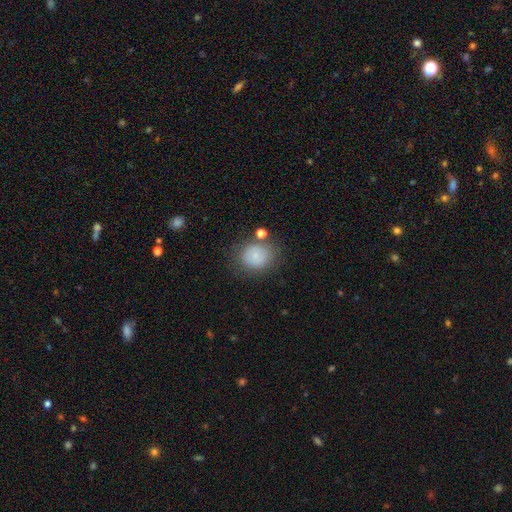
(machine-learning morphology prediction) smooth-or-featured: smooth: 76% | featured or disk: 14% | star or artifact: 11%
  how-rounded: round: 76% | in between: 23% | cigar-shaped: 1%
  merging: none: 71% | minor disturbance: 15% | merger: 7% | major disturbance: 7%